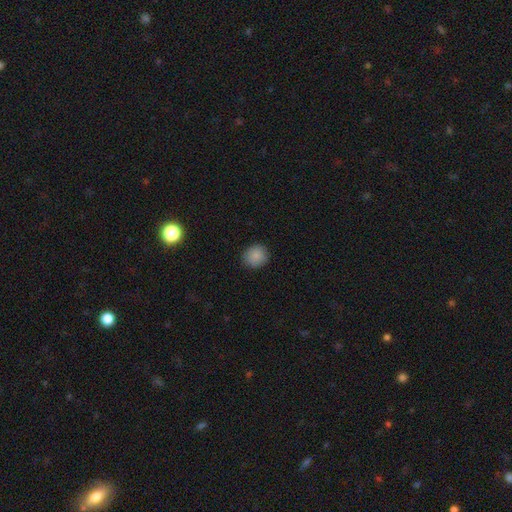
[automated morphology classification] Smooth or featured? Predicted: smooth (p=0.87). How rounded? Predicted: round (p=0.85). Merging? Predicted: none (p=0.88).